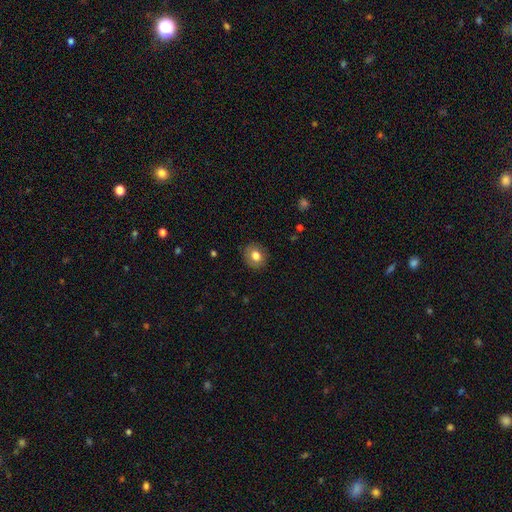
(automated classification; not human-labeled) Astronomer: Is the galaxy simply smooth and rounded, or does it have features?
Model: smooth — 78%.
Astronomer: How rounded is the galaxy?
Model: round — 69%.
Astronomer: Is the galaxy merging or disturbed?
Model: none — 87%.